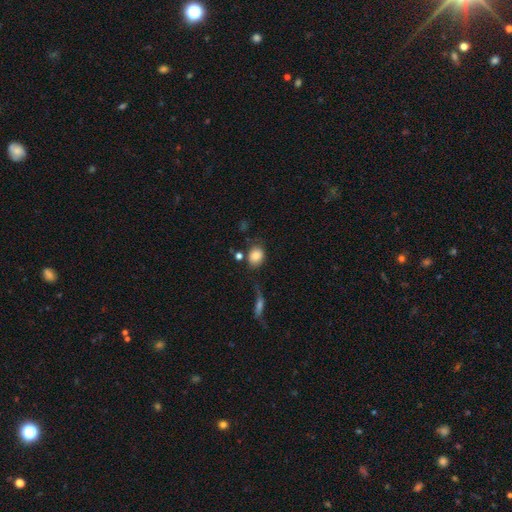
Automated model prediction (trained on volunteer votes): The model was most divided on "how rounded": round: 54%, in between: 44%, cigar-shaped: 2%. More confident: smooth or featured — smooth (84%); merging — none (68%).